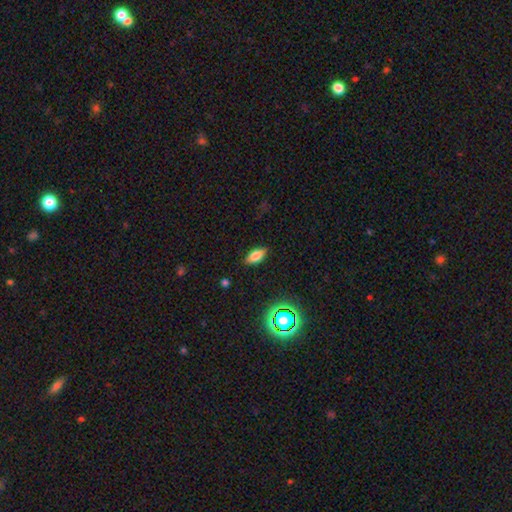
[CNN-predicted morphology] Q: Smooth or featured?
A: smooth (72%); runner-up: featured or disk (16%)
Q: How rounded?
A: in between (83%); runner-up: cigar-shaped (13%)
Q: Merging?
A: none (86%); runner-up: minor disturbance (10%)